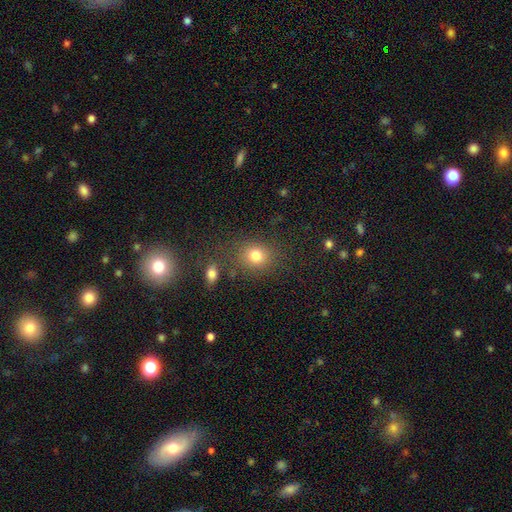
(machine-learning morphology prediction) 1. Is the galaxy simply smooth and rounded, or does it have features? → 79% smooth, 14% star or artifact, 7% featured or disk.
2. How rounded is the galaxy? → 71% round, 28% in between, 1% cigar-shaped.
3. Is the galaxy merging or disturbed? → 77% none, 11% minor disturbance, 6% merger, 5% major disturbance.